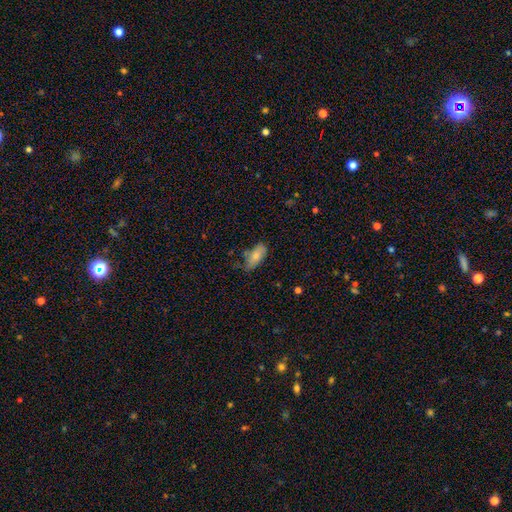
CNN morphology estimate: smooth_or_featured: smooth (p=0.76) [alt: featured or disk p=0.17]
how_rounded: in between (p=0.88) [alt: cigar-shaped p=0.09]
merging: none (p=0.53) [alt: minor disturbance p=0.33]